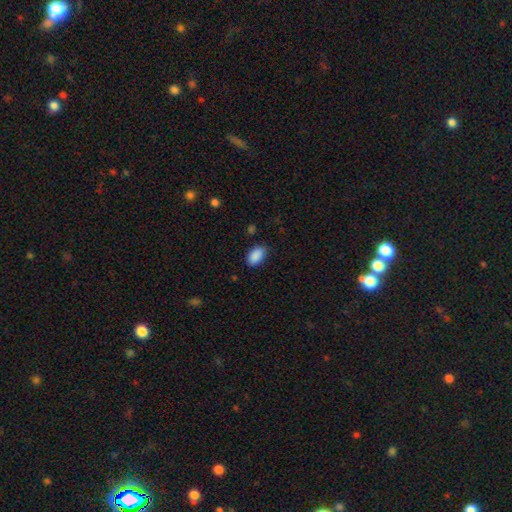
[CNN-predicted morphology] Smooth or featured? Predicted: smooth (p=0.89). How rounded? Predicted: in between (p=0.92). Merging? Predicted: none (p=0.79).